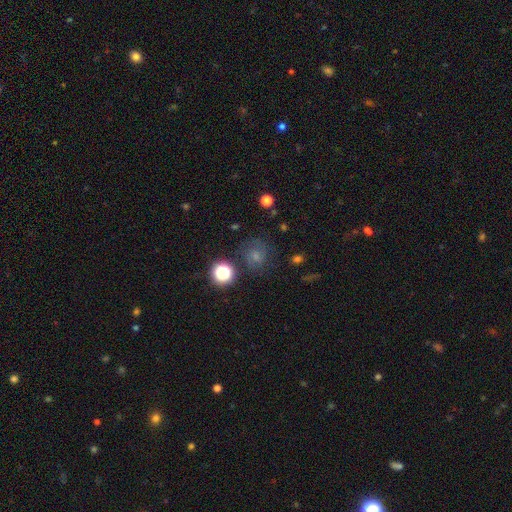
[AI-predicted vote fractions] Q: Smooth or featured?
A: smooth (48%); runner-up: featured or disk (30%)
Q: Merging?
A: none (69%); runner-up: minor disturbance (18%)